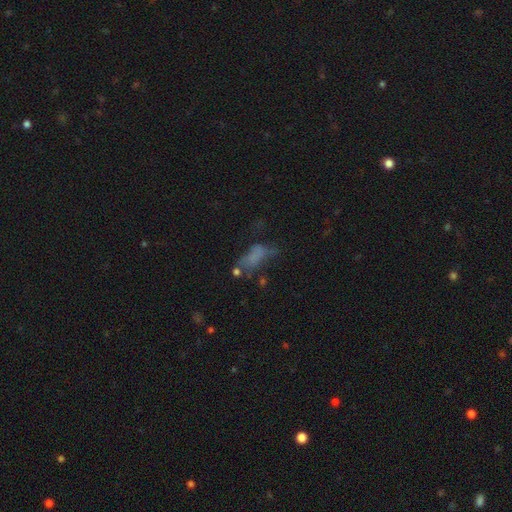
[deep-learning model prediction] smooth-or-featured: smooth: 52% | featured or disk: 30% | star or artifact: 18%
  how-rounded: in between: 72% | cigar-shaped: 22% | round: 6%
  merging: major disturbance: 34% | none: 31% | minor disturbance: 23% | merger: 13%